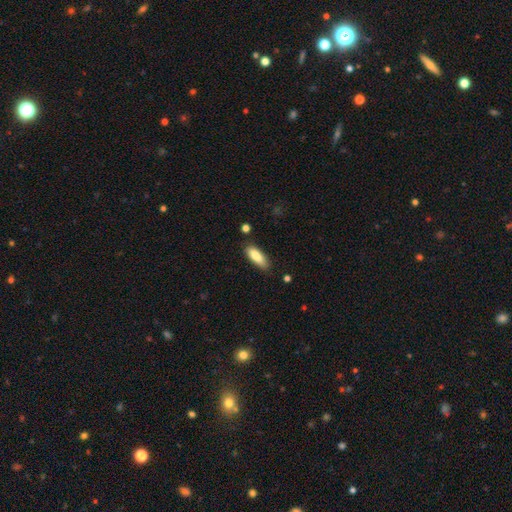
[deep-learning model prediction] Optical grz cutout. It shows a smooth galaxy with no disk features (82%) that is in between round and cigar-shaped (67%). Merging: none (80%).